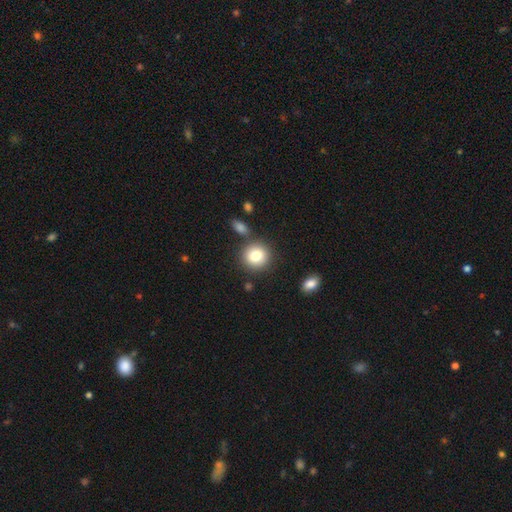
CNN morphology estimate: This appears to be a smooth galaxy with no disk features (80%) that is round (89%). Merging: none (79%).